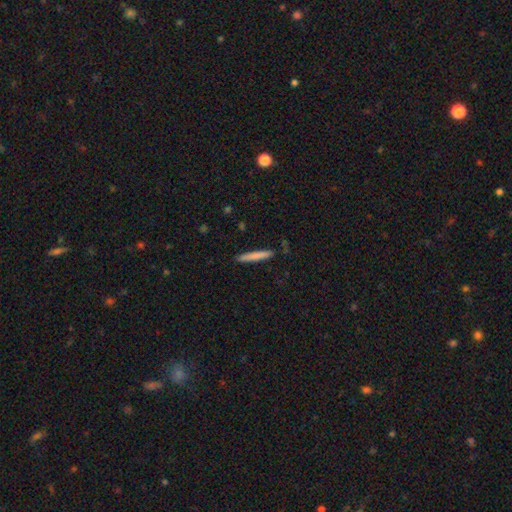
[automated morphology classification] type=smooth (78%); roundness=cigar-shaped (95%); merging=none (89%).